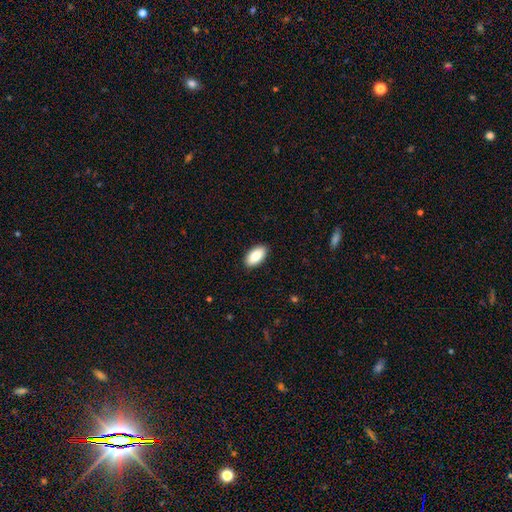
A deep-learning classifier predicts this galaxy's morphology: A smooth galaxy with no disk features (88%) that is in between round and cigar-shaped (95%). Merging: none (89%).